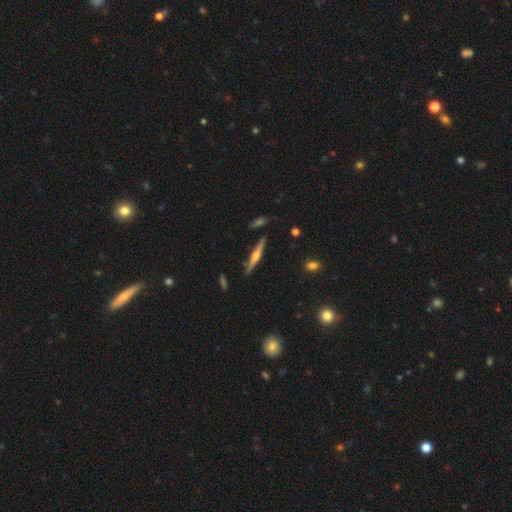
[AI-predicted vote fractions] Q: Smooth or featured?
A: featured or disk (71%); runner-up: smooth (23%)
Q: Edge-on disk?
A: yes (98%); runner-up: no (2%)
Q: Edge-on bulge?
A: rounded (87%); runner-up: boxy (6%)
Q: Merging?
A: none (86%); runner-up: minor disturbance (9%)